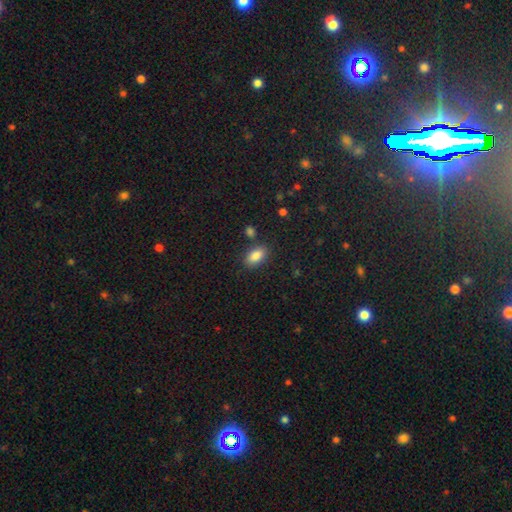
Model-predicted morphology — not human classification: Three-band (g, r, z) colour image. It shows a smooth galaxy with no disk features (86%) that is in between round and cigar-shaped (91%). Merging: none (82%).